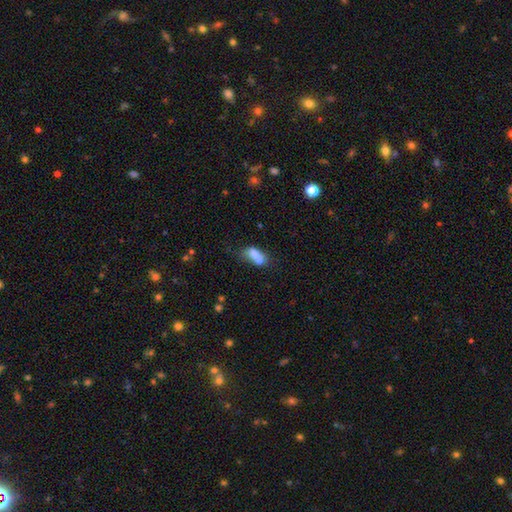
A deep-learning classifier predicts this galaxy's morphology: smooth_or_featured: smooth (p=0.70) [alt: featured or disk p=0.20]
how_rounded: in between (p=0.78) [alt: round p=0.14]
merging: merger (p=0.57) [alt: none p=0.22]